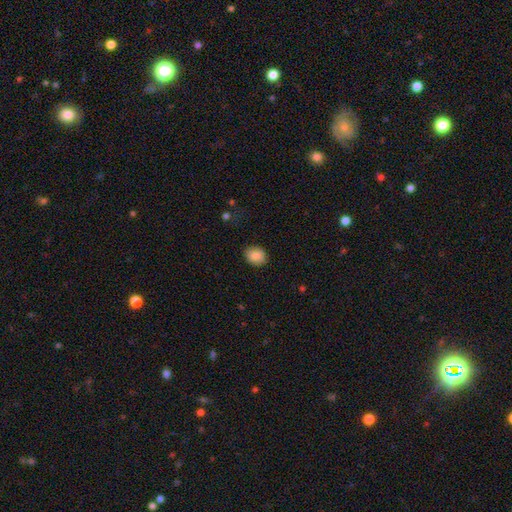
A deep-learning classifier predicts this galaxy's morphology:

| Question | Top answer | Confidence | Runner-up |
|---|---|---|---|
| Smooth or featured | smooth | 87% | star or artifact (8%) |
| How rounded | round | 60% | in between (39%) |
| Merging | none | 88% | minor disturbance (8%) |